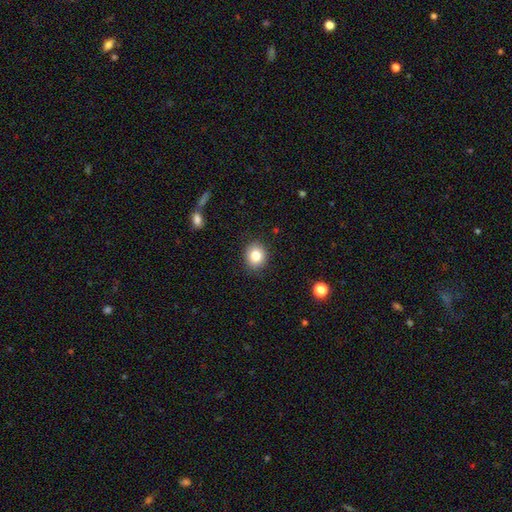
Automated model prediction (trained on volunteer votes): smooth_or_featured: smooth (p=0.84) [alt: star or artifact p=0.10]
how_rounded: round (p=0.71) [alt: in between p=0.28]
merging: none (p=0.88) [alt: minor disturbance p=0.08]